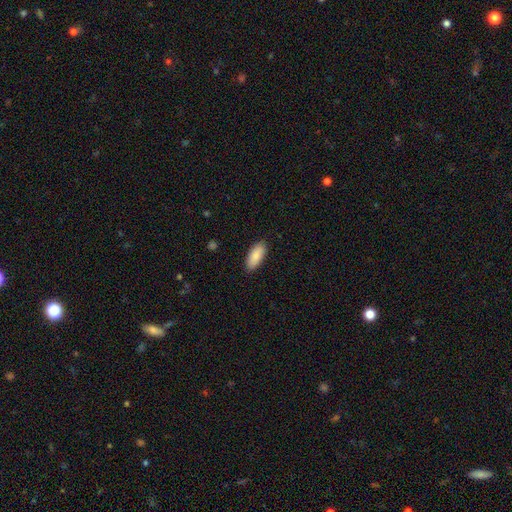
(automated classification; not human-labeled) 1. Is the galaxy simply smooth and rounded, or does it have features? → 87% smooth, 7% featured or disk, 6% star or artifact.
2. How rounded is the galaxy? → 86% in between, 13% cigar-shaped, 2% round.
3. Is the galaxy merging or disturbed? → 87% none, 10% minor disturbance, 2% major disturbance, 1% merger.